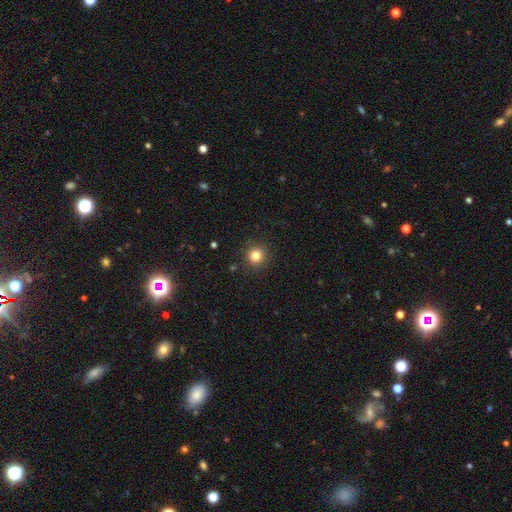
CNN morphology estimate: smooth-or-featured: smooth: 82% | star or artifact: 13% | featured or disk: 5%
  how-rounded: round: 95% | in between: 4% | cigar-shaped: 1%
  merging: none: 91% | minor disturbance: 5% | major disturbance: 2% | merger: 1%